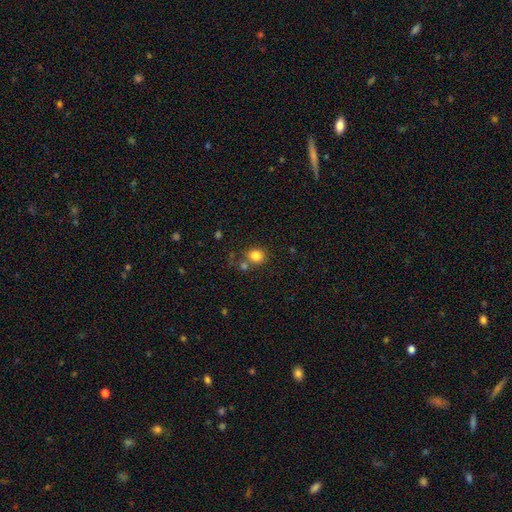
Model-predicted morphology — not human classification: Smooth or featured?
  - smooth: 82% *
  - star or artifact: 11%
  - featured or disk: 6%
How rounded?
  - round: 81% *
  - in between: 18%
  - cigar-shaped: 1%
Merging?
  - none: 68% *
  - merger: 17%
  - minor disturbance: 11%
  - major disturbance: 5%